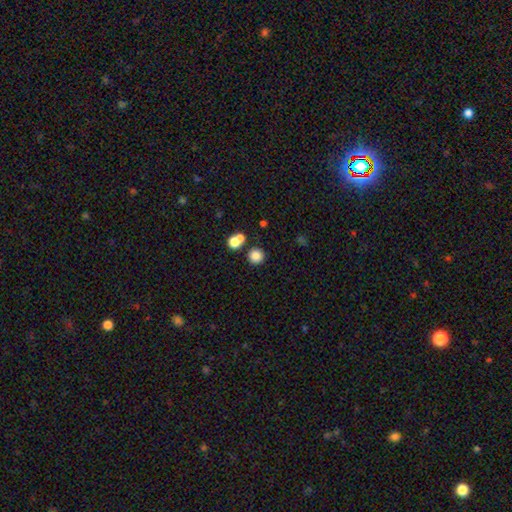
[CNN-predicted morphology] The model was most divided on "merging": none: 78%, merger: 13%, minor disturbance: 6%, major disturbance: 3%. More confident: how rounded — round (93%); smooth or featured — smooth (82%).